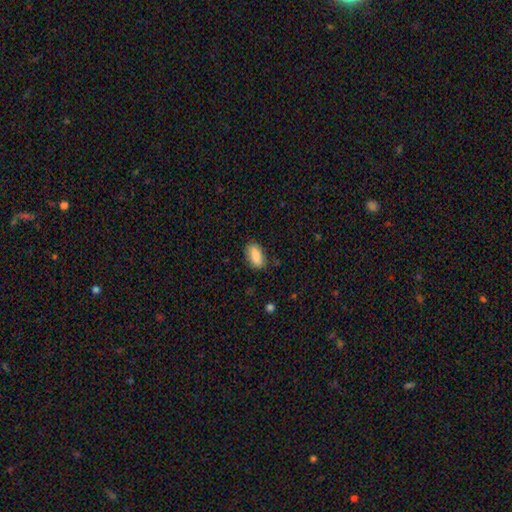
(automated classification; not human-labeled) Smooth or featured?
  - smooth: 87% *
  - star or artifact: 7%
  - featured or disk: 6%
How rounded?
  - in between: 88% *
  - cigar-shaped: 8%
  - round: 4%
Merging?
  - none: 82% *
  - minor disturbance: 14%
  - major disturbance: 3%
  - merger: 1%